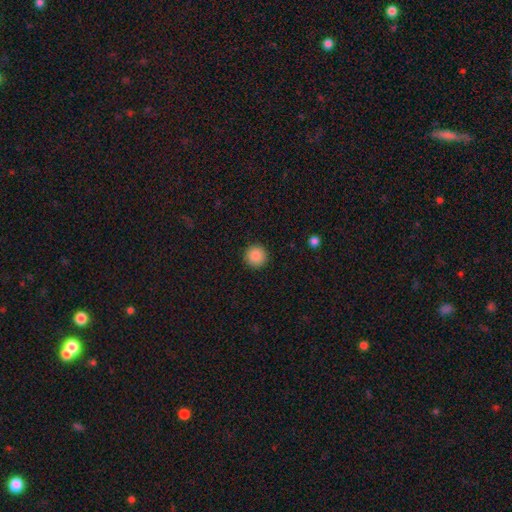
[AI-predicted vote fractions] Smooth or featured: smooth — 88% (star or artifact — 9%)
How rounded: round — 96% (in between — 3%)
Merging: none — 93% (minor disturbance — 5%)